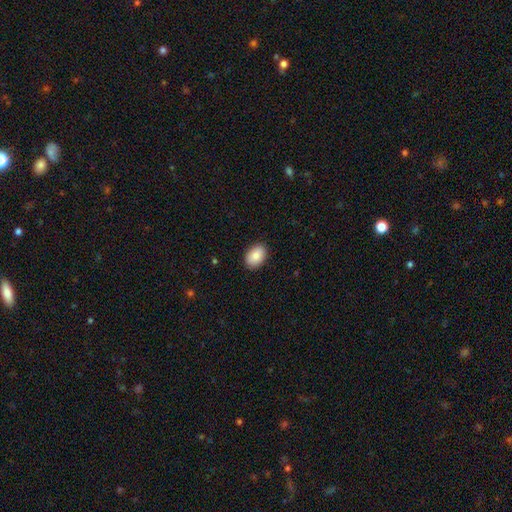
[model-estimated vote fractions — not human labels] Overall: smooth (88%). How rounded: in between (85%). Merging: none (89%).